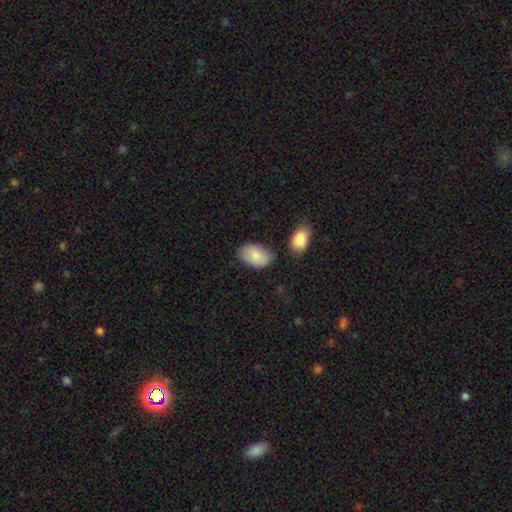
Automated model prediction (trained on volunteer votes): Smooth or featured?
  - smooth: 81% *
  - featured or disk: 13%
  - star or artifact: 6%
How rounded?
  - in between: 91% *
  - round: 7%
  - cigar-shaped: 1%
Merging?
  - none: 70% *
  - minor disturbance: 19%
  - merger: 8%
  - major disturbance: 4%